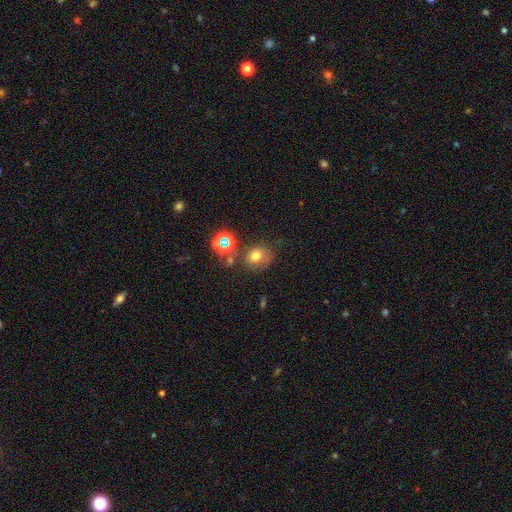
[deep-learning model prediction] Smooth or featured? Predicted: smooth (p=0.66). How rounded? Predicted: round (p=0.67). Merging? Predicted: none (p=0.63).